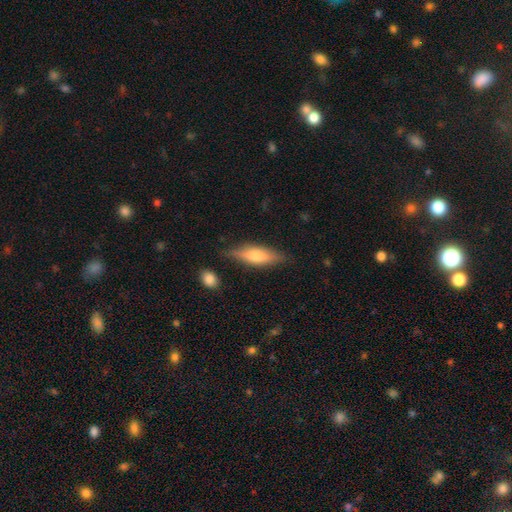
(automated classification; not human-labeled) smooth-or-featured: smooth: 53% | featured or disk: 40% | star or artifact: 7%
  how-rounded: cigar-shaped: 63% | in between: 34% | round: 2%
  merging: none: 82% | minor disturbance: 13% | major disturbance: 3% | merger: 2%